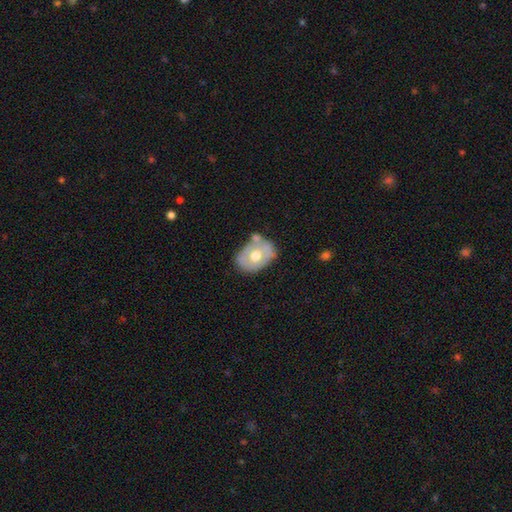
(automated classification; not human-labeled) A smooth galaxy with no disk features (48%).

Vote fractions:
- Smooth or featured? smooth: 48% / featured or disk: 46% / star or artifact: 6%
- Merging? none: 52% / minor disturbance: 24% / merger: 16% / major disturbance: 8%